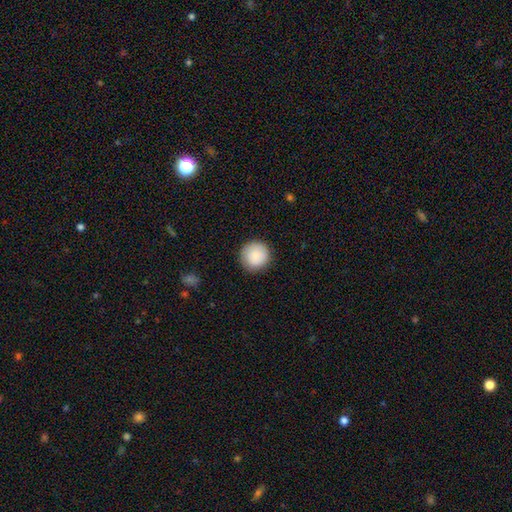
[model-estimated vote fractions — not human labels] Overall: smooth (88%). How rounded: round (96%). Merging: none (90%).